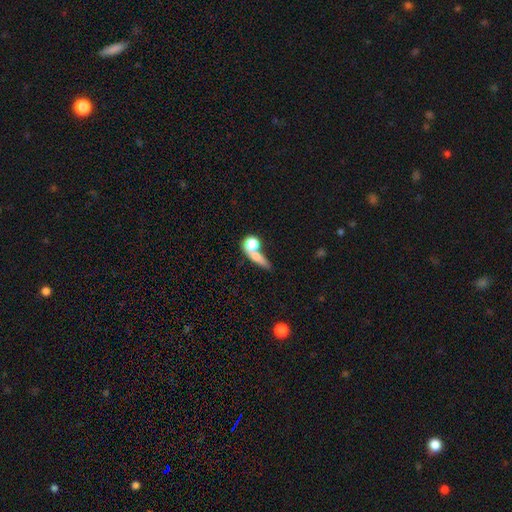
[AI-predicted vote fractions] A smooth galaxy with no disk features (66%) that is round (42%). Merging: merger (40%).